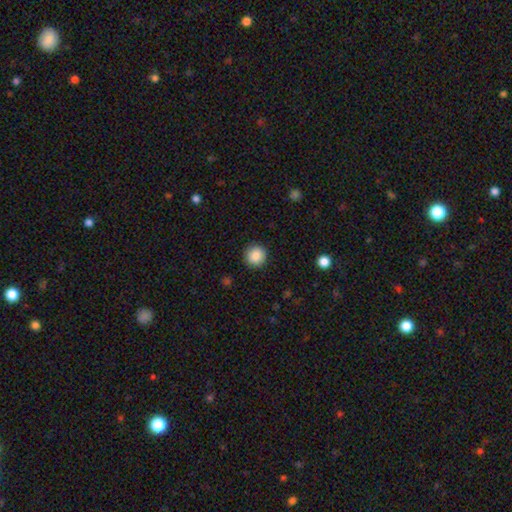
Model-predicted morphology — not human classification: Smooth or featured? Predicted: smooth (p=0.87). How rounded? Predicted: round (p=0.94). Merging? Predicted: none (p=0.91).